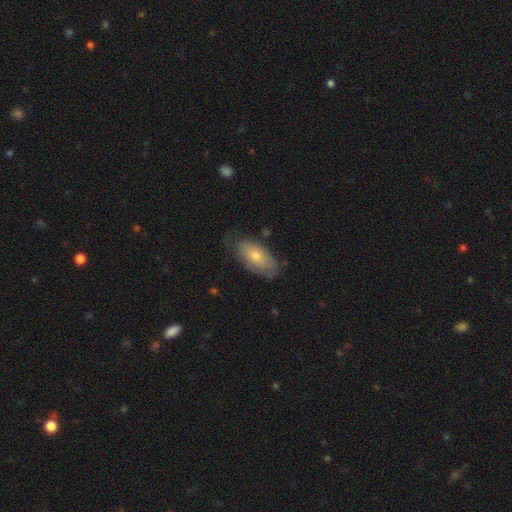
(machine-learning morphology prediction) type=smooth (62%); roundness=in between (90%); merging=none (67%).